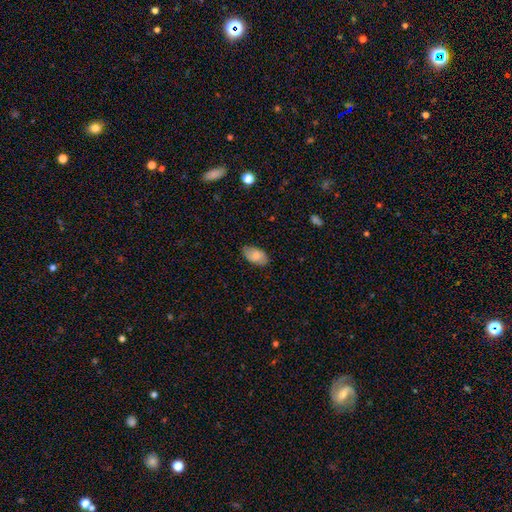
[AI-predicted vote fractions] Smooth or featured: smooth — 81% (featured or disk — 13%)
How rounded: in between — 95% (round — 3%)
Merging: none — 82% (minor disturbance — 14%)